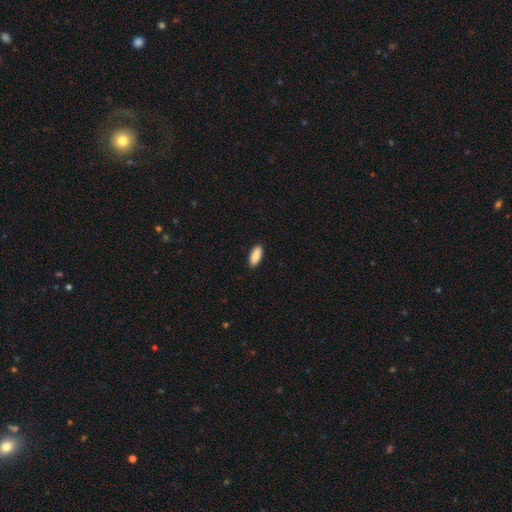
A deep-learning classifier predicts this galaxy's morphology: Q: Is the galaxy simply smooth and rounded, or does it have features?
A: smooth — 90%.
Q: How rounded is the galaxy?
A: in between — 78%.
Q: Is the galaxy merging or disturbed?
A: none — 91%.